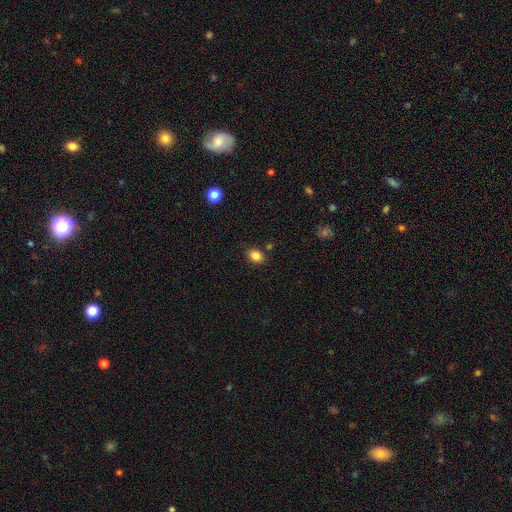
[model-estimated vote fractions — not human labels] A smooth galaxy with no disk features (85%) that is in between round and cigar-shaped (61%). Merging: none (82%).